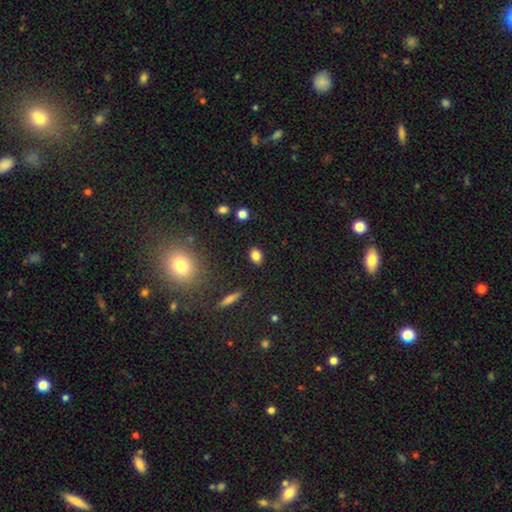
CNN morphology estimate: Smooth or featured? Predicted: smooth (p=0.82). How rounded? Predicted: in between (p=0.61). Merging? Predicted: none (p=0.87).